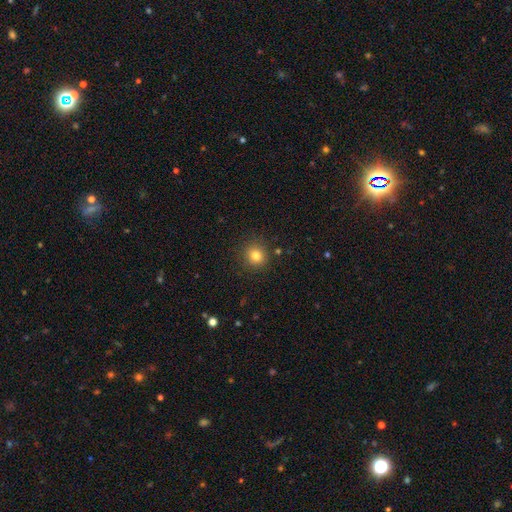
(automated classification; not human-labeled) smooth_or_featured: smooth (p=0.80) [alt: star or artifact p=0.13]
how_rounded: round (p=0.91) [alt: in between p=0.08]
merging: none (p=0.89) [alt: minor disturbance p=0.07]